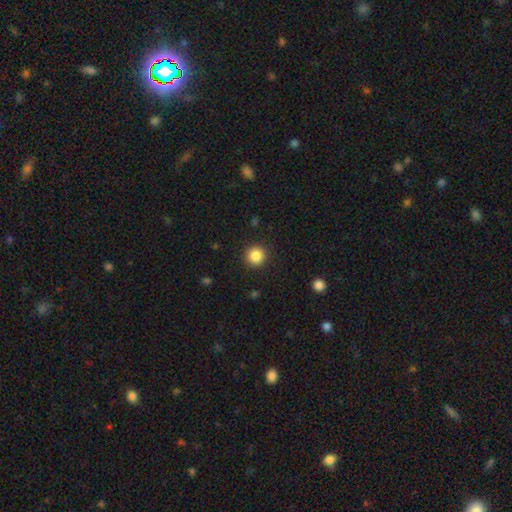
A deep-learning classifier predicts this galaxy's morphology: Overall: smooth (86%). How rounded: round (94%). Merging: none (91%).